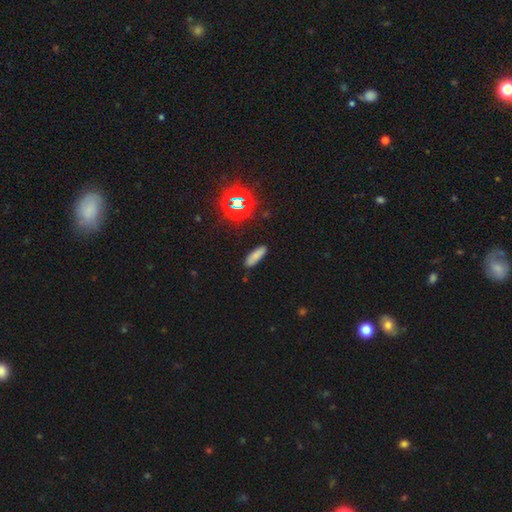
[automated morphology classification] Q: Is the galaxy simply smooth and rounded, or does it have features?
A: smooth — 75%.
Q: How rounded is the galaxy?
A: cigar-shaped — 52%.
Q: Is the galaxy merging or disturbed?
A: none — 83%.